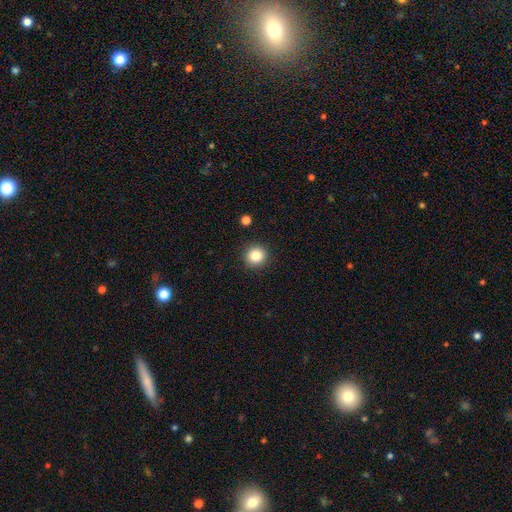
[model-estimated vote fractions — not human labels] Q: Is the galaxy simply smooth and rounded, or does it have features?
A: smooth — 84%.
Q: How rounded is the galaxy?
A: round — 93%.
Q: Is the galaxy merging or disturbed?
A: none — 91%.